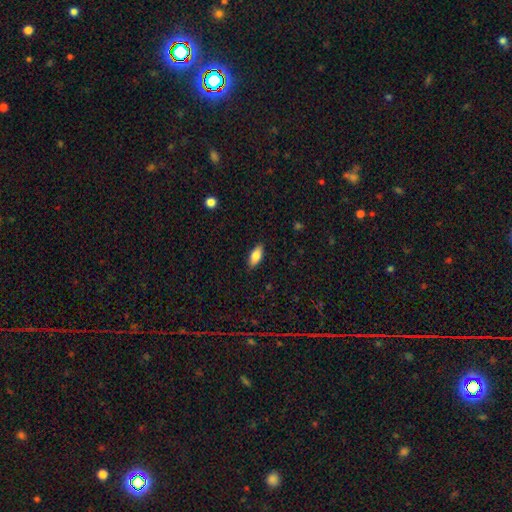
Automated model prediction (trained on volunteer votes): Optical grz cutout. It shows a smooth galaxy with no disk features (81%) that is in between round and cigar-shaped (83%). Merging: none (88%).